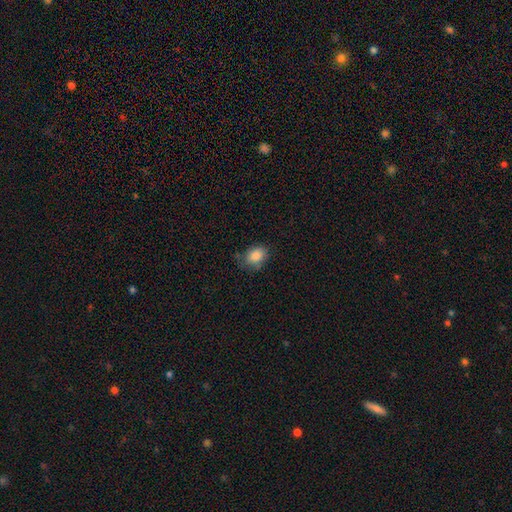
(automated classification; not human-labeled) smooth_or_featured: smooth (p=0.85) [alt: star or artifact p=0.08]
how_rounded: in between (p=0.66) [alt: round p=0.33]
merging: none (p=0.65) [alt: minor disturbance p=0.26]